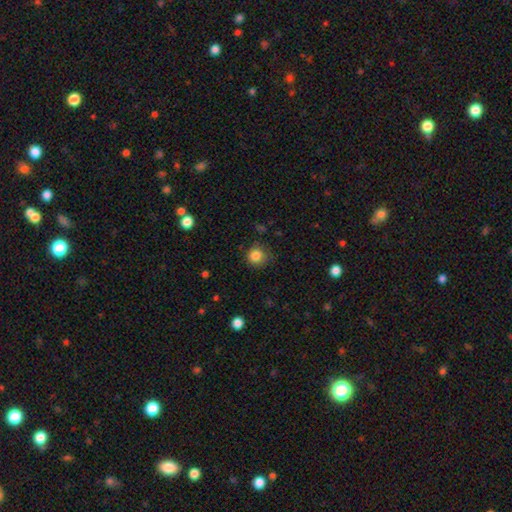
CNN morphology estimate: type=smooth (84%); roundness=round (88%); merging=none (77%).